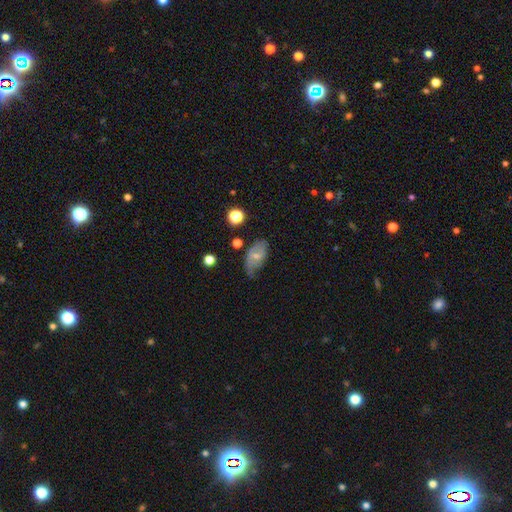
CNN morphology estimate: Smooth or featured? Predicted: smooth (p=0.55). How rounded? Predicted: in between (p=0.90). Merging? Predicted: none (p=0.50).